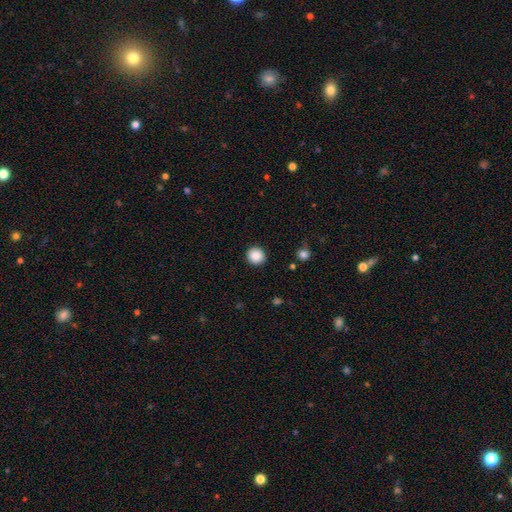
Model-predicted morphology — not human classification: This is clearly a smooth galaxy (89%). How rounded: clearly round (91%). Merging: clearly none (92%).